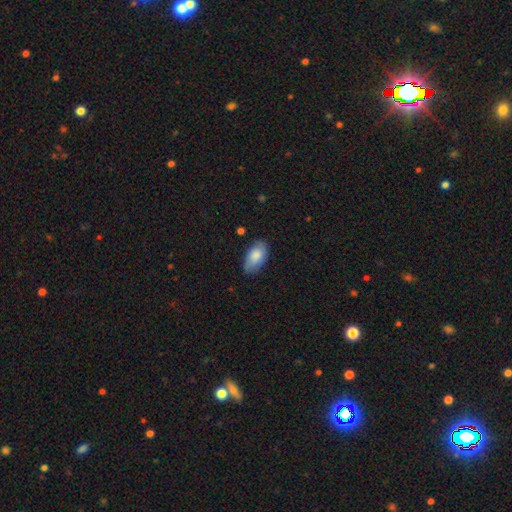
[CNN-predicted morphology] Smooth or featured? Predicted: smooth (p=0.82). How rounded? Predicted: in between (p=0.94). Merging? Predicted: none (p=0.77).